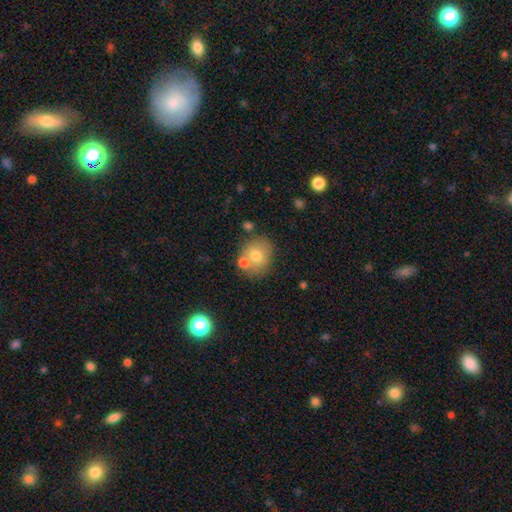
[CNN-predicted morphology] Overall: smooth (71%). How rounded: round (66%; in between 33%). Merging: none (58%; merger 25%).